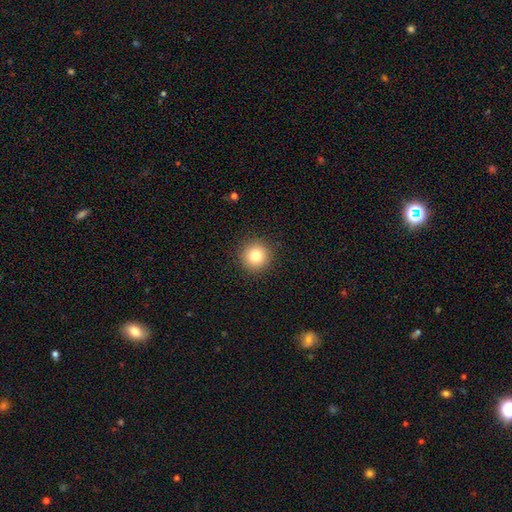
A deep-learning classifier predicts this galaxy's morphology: smooth_or_featured: smooth (p=0.81) [alt: star or artifact p=0.11]
how_rounded: round (p=0.95) [alt: in between p=0.04]
merging: none (p=0.92) [alt: minor disturbance p=0.05]